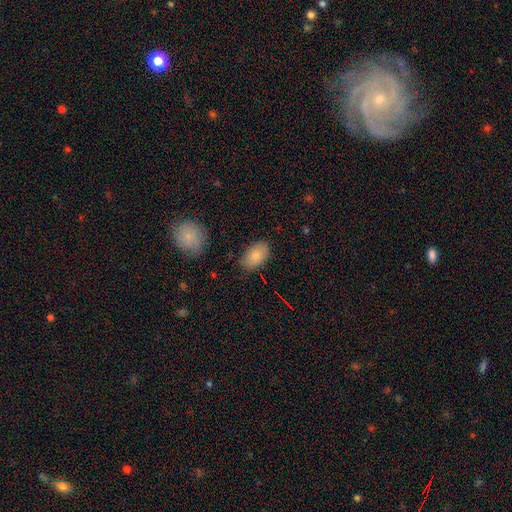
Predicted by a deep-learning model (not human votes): Morphology: type=smooth (83%); roundness=in between (92%); merging=none (81%).